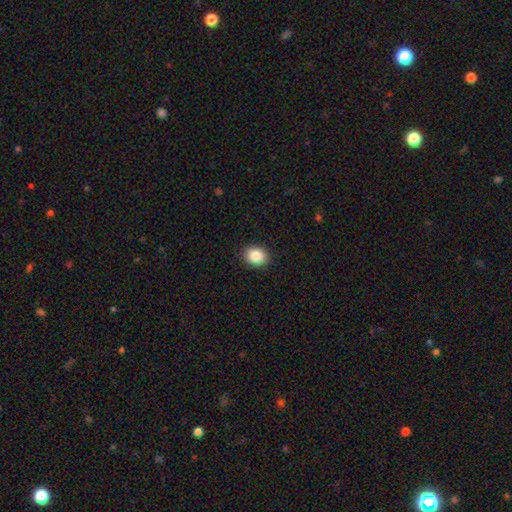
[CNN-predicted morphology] smooth 87%, star or artifact 8%, featured or disk 5%. Down the decision tree: how rounded — in between (53%); merging — none (91%).